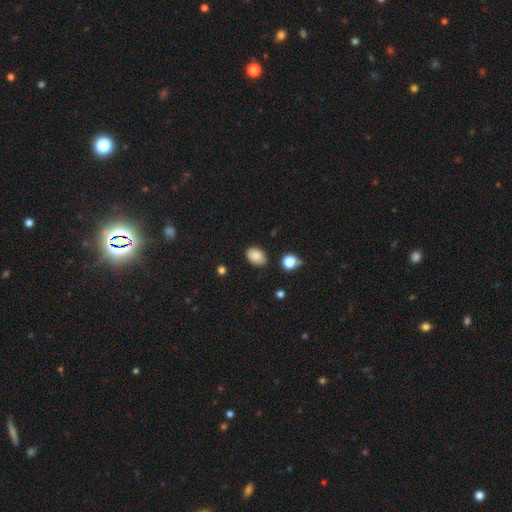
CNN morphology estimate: smooth_or_featured: smooth (p=0.87) [alt: star or artifact p=0.09]
how_rounded: in between (p=0.84) [alt: round p=0.15]
merging: none (p=0.82) [alt: minor disturbance p=0.13]